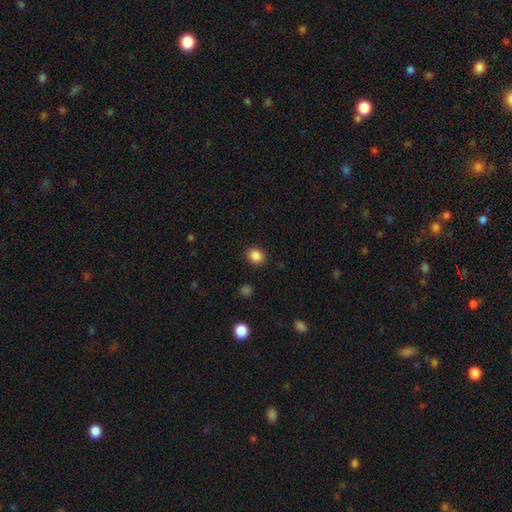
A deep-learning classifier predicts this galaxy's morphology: smooth 87%, star or artifact 10%, featured or disk 3%. Down the decision tree: how rounded — round (69%); merging — none (89%).